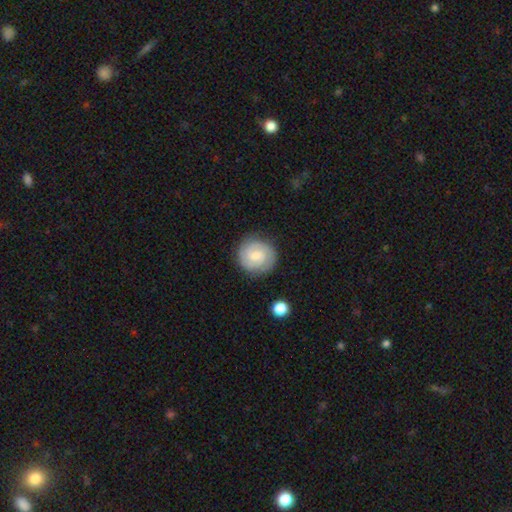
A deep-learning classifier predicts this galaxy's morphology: Smooth or featured? featured or disk (62%)
Edge-on disk? no (98%)
Bar? weak (51%)
Spiral arms? yes (93%)
Spiral winding? tight (62%)
Spiral arm count? 2 (71%)
Bulge size? small (39%)
Merging? none (85%)